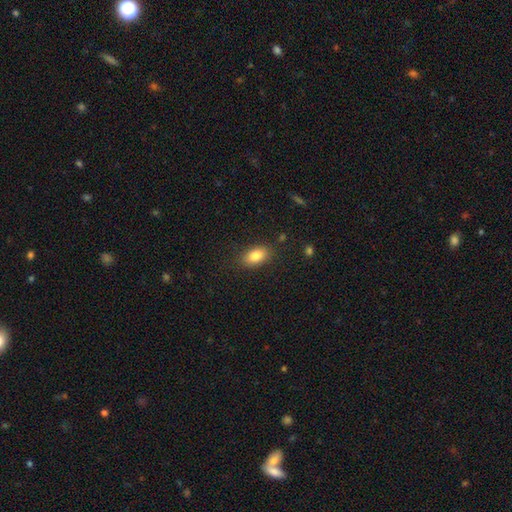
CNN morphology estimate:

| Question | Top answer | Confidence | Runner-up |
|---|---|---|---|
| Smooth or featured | smooth | 85% | star or artifact (8%) |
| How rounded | in between | 90% | round (7%) |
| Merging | none | 84% | minor disturbance (11%) |